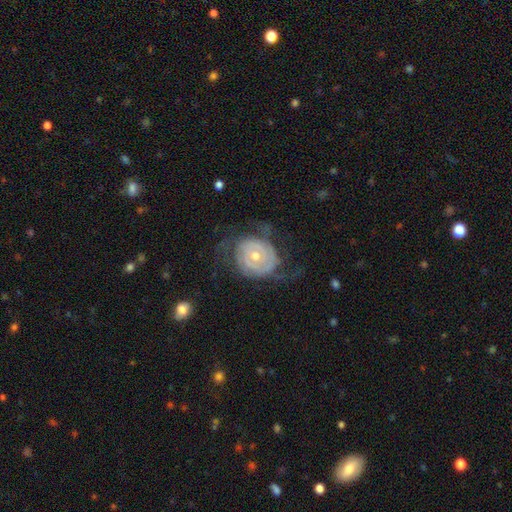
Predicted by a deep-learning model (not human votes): This appears to be a featured or disk galaxy (82%) with no bar (74%), 2 (38%) tight (67%) spiral arms (89%) and a moderate central bulge (53%). Merging: none (58%).